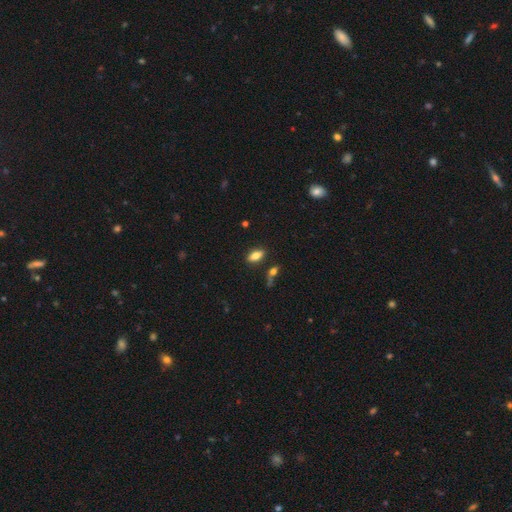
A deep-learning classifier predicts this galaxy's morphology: This is likely a smooth galaxy (75%). How rounded: clearly in between (83%). Merging: clearly none (82%).